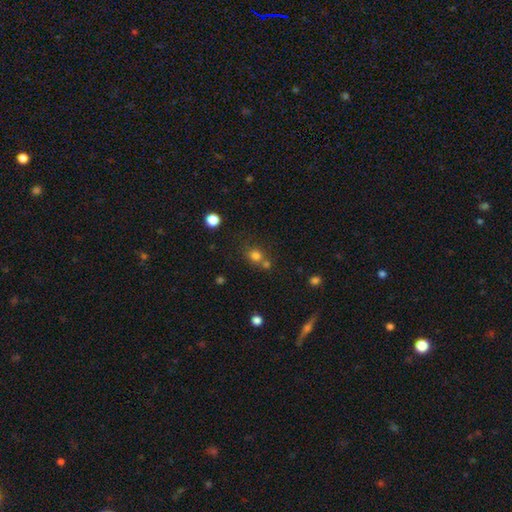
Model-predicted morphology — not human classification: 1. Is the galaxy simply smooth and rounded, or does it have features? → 77% smooth, 15% star or artifact, 7% featured or disk.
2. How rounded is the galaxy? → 80% round, 19% in between, 1% cigar-shaped.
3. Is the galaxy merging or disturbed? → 56% none, 30% merger, 10% minor disturbance, 4% major disturbance.